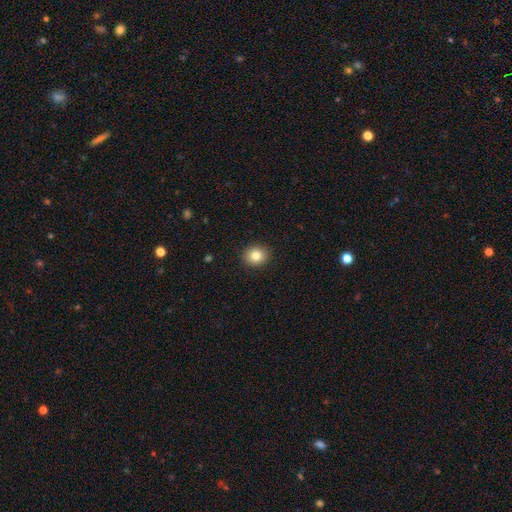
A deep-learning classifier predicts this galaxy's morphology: smooth 83%, star or artifact 10%, featured or disk 7%. Down the decision tree: how rounded — round (74%); merging — none (91%).